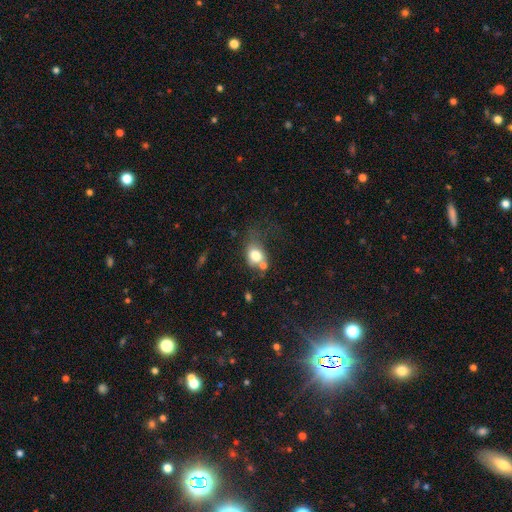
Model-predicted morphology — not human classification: This is likely a smooth galaxy (74%). How rounded: possibly in between (52%). Merging: marginally none (32%).